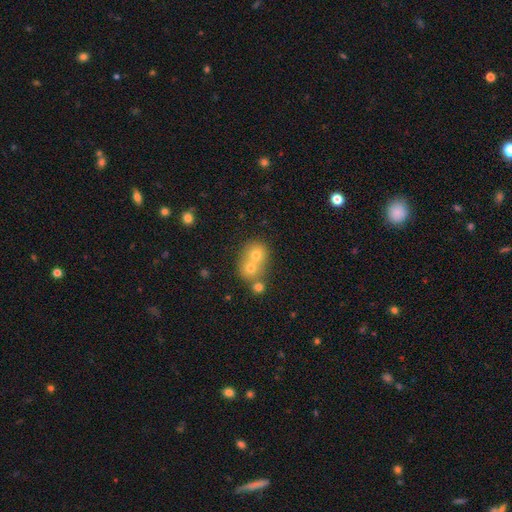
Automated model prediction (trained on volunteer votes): A smooth galaxy with no disk features (65%) that is round (74%).

Vote fractions:
- Smooth or featured? smooth: 65% / featured or disk: 20% / star or artifact: 15%
- How rounded? round: 74% / in between: 25% / cigar-shaped: 1%
- Merging? merger: 63% / none: 30% / minor disturbance: 5% / major disturbance: 2%